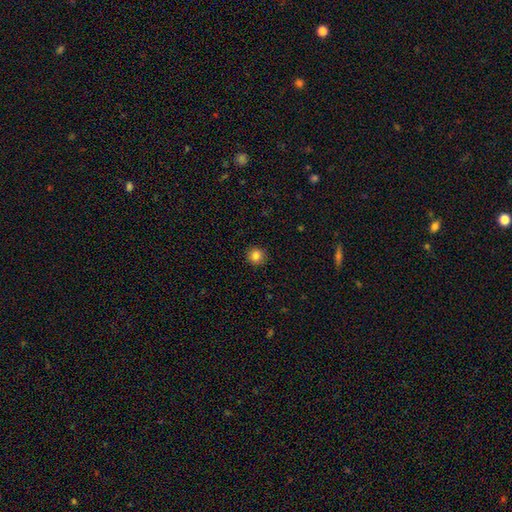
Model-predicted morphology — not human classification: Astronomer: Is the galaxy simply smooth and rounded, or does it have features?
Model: smooth — 84%.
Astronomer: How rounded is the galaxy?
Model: round — 93%.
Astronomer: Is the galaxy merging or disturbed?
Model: none — 92%.